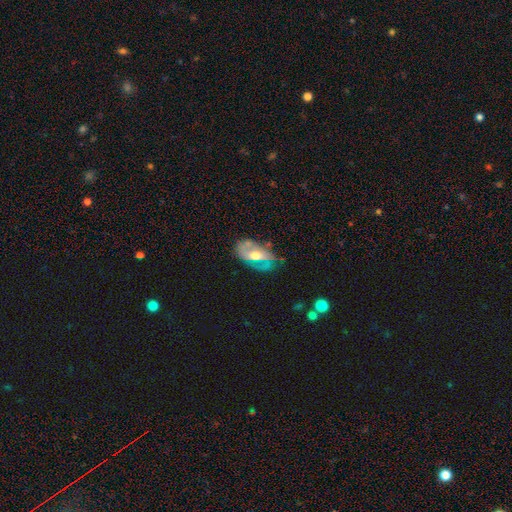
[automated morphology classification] This is likely a featured or disk galaxy (64%). It is clearly not viewed edge-on (90%). Bar: marginally no (42%). Spiral arm pattern: likely yes (61%). Central bulge: likely moderate (69%). Merging: possibly none (53%).